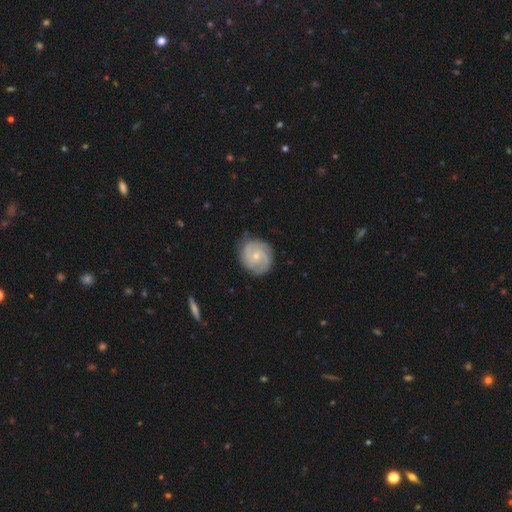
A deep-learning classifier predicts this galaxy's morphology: Smooth or featured?
  - featured or disk: 74% *
  - smooth: 21%
  - star or artifact: 6%
Edge-on disk?
  - no: 98% *
  - yes: 2%
Bar?
  - no: 68% *
  - weak: 29%
  - strong: 4%
Spiral arms?
  - yes: 94% *
  - no: 6%
Spiral winding?
  - tight: 47% *
  - medium: 41%
  - loose: 12%
Spiral arm count?
  - 2: 45% *
  - 3: 24%
  - can't tell: 18%
  - 4: 5%
  - 1: 4%
  - more than 4: 4%
Bulge size?
  - small: 68% *
  - moderate: 28%
  - none: 2%
  - large: 1%
  - dominant: 1%
Merging?
  - none: 80% *
  - minor disturbance: 15%
  - major disturbance: 4%
  - merger: 1%